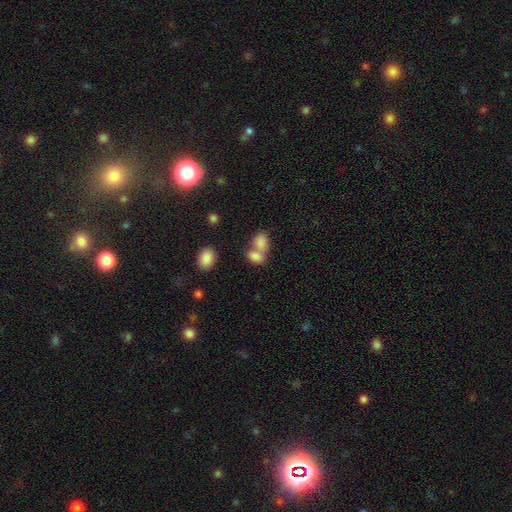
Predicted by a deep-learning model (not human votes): smooth_or_featured: smooth (p=0.82) [alt: featured or disk p=0.09]
how_rounded: in between (p=0.84) [alt: round p=0.14]
merging: merger (p=0.63) [alt: none p=0.26]